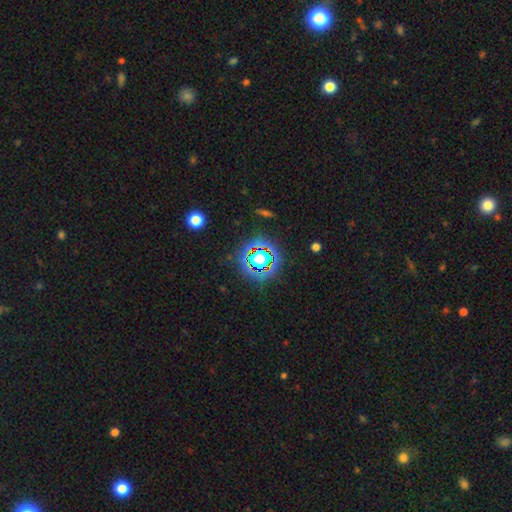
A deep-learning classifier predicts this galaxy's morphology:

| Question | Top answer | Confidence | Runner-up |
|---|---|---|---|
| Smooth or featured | star or artifact | 79% | smooth (13%) |